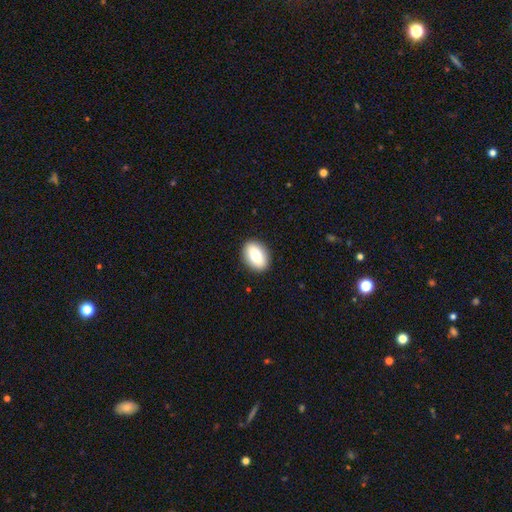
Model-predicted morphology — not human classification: type=smooth (78%); roundness=in between (83%); merging=none (90%).